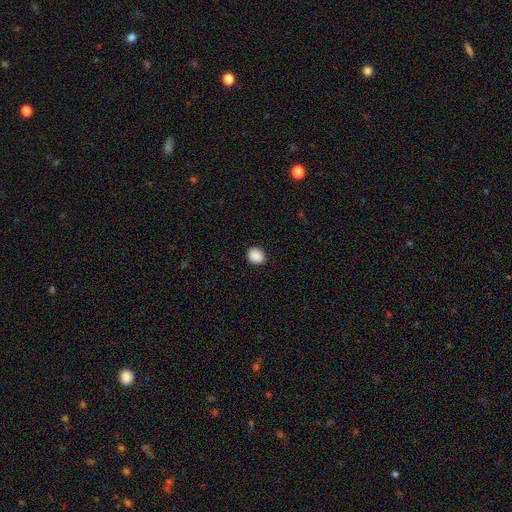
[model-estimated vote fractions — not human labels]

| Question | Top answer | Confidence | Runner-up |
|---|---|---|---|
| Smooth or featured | smooth | 90% | star or artifact (8%) |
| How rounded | round | 59% | in between (40%) |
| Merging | none | 90% | minor disturbance (7%) |